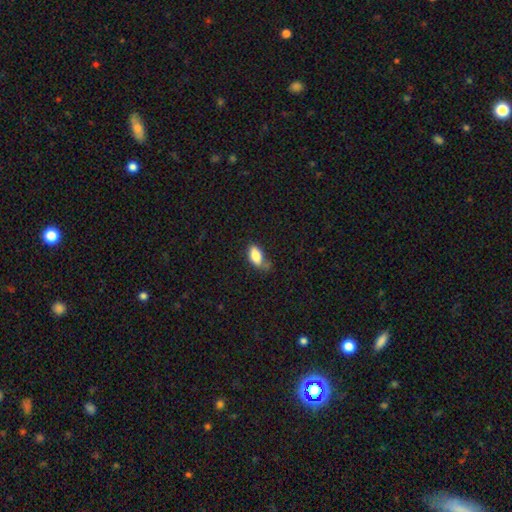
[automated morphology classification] smooth 82%, featured or disk 11%, star or artifact 8%. Down the decision tree: how rounded — in between (90%); merging — none (44%).